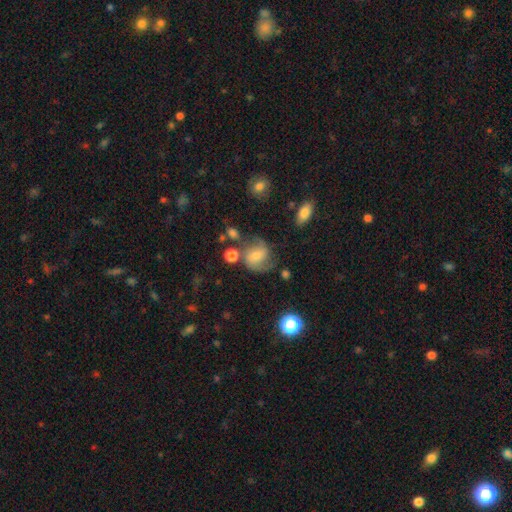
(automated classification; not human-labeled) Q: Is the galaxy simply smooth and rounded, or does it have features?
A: featured or disk — 51%.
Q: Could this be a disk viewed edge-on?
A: no — 97%.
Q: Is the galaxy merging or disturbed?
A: none — 53%.